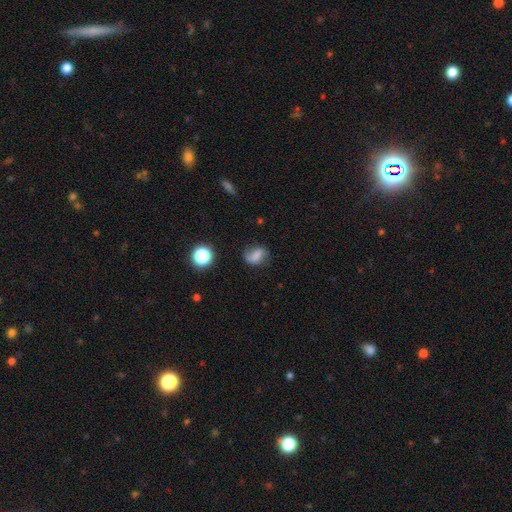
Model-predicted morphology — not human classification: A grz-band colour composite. It shows a smooth galaxy with no disk features (63%) that is in between round and cigar-shaped (60%). Merging: none (62%).